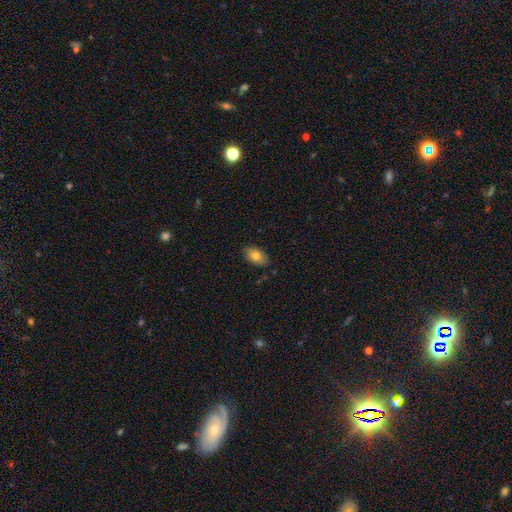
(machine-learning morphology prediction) Q: Smooth or featured?
A: smooth (80%); runner-up: featured or disk (12%)
Q: How rounded?
A: in between (91%); runner-up: round (7%)
Q: Merging?
A: none (86%); runner-up: minor disturbance (11%)